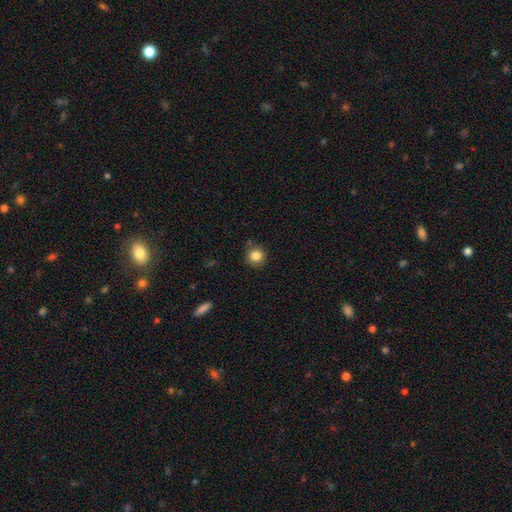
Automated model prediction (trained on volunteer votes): Smooth or featured? Predicted: smooth (p=0.84). How rounded? Predicted: round (p=0.92). Merging? Predicted: none (p=0.81).